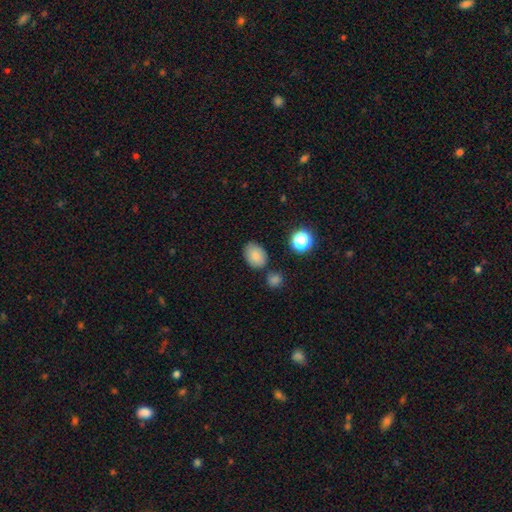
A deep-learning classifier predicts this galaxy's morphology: Smooth or featured: smooth — 82% (star or artifact — 11%)
How rounded: in between — 73% (round — 26%)
Merging: none — 74% (minor disturbance — 15%)